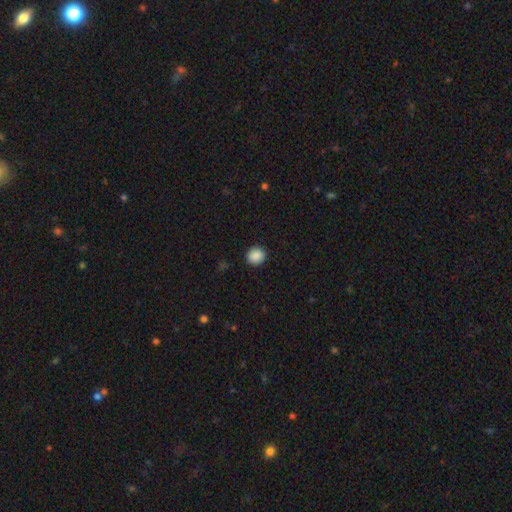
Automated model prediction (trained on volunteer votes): The model was most divided on "how rounded": round: 84%, in between: 15%, cigar-shaped: 1%. More confident: merging — none (91%); smooth or featured — smooth (89%).